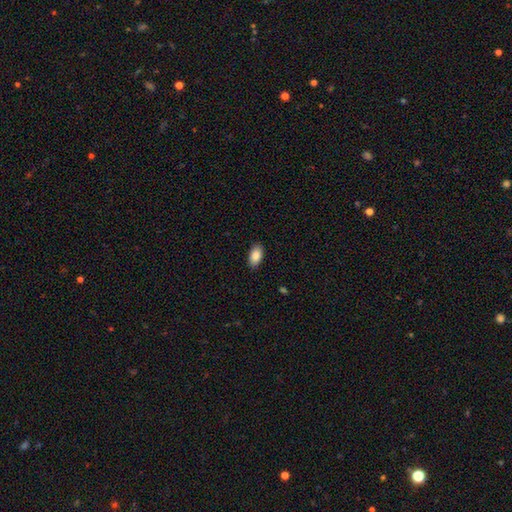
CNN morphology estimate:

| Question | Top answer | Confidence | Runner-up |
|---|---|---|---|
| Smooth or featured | smooth | 87% | star or artifact (7%) |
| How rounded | in between | 94% | round (3%) |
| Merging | none | 89% | minor disturbance (8%) |